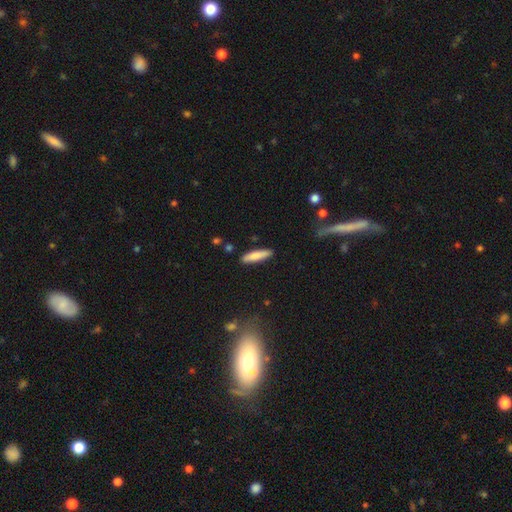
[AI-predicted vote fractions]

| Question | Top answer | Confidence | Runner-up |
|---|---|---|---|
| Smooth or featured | smooth | 80% | featured or disk (14%) |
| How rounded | cigar-shaped | 78% | in between (21%) |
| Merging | none | 88% | minor disturbance (9%) |